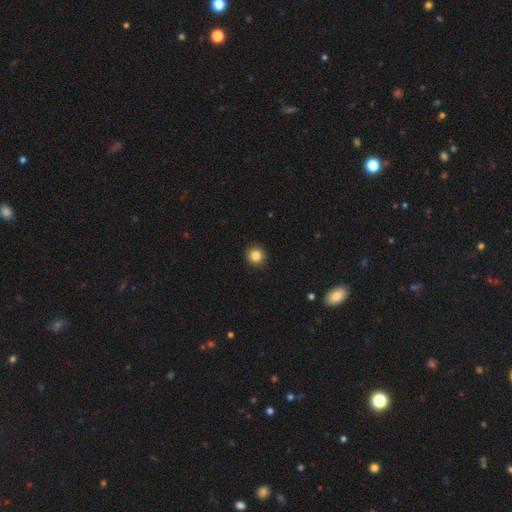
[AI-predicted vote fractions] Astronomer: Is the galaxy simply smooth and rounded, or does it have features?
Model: smooth — 84%.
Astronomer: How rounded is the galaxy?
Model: round — 95%.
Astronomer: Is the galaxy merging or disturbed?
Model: none — 93%.